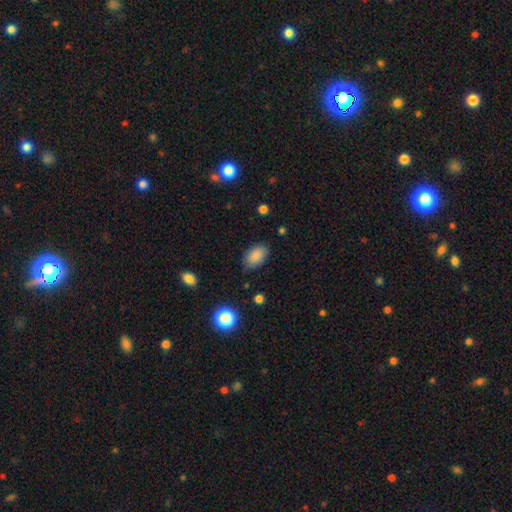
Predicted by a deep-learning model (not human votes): Overall: smooth (87%). How rounded: in between (91%). Merging: none (82%).